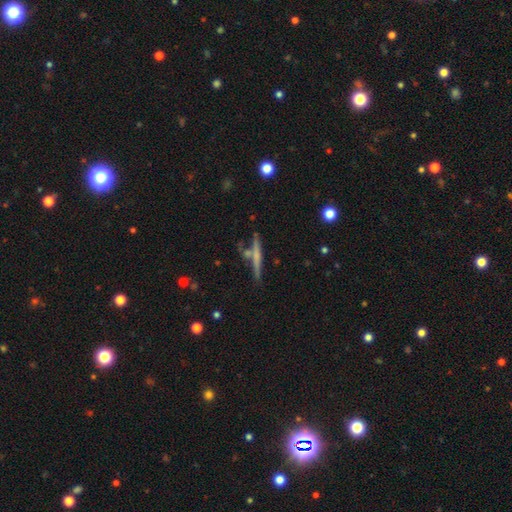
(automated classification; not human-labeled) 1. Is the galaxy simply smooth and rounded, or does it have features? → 53% featured or disk, 40% smooth, 8% star or artifact.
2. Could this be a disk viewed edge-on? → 96% yes, 4% no.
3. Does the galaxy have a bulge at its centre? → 58% none, 32% rounded, 10% boxy.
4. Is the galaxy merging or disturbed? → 72% none, 13% merger, 12% minor disturbance, 3% major disturbance.